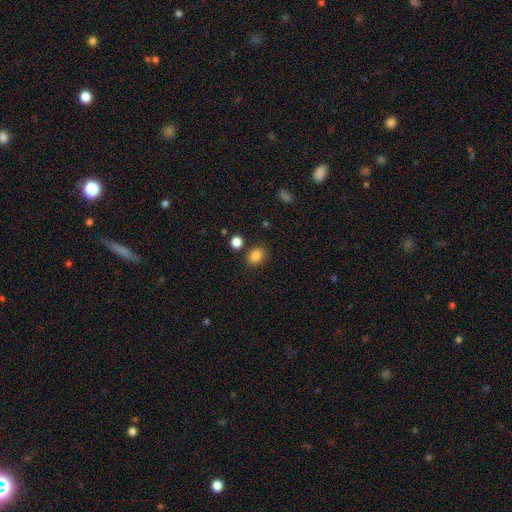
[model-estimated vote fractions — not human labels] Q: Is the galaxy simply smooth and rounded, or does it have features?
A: smooth — 85%.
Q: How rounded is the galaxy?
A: in between — 51%.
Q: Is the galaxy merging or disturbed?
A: none — 82%.